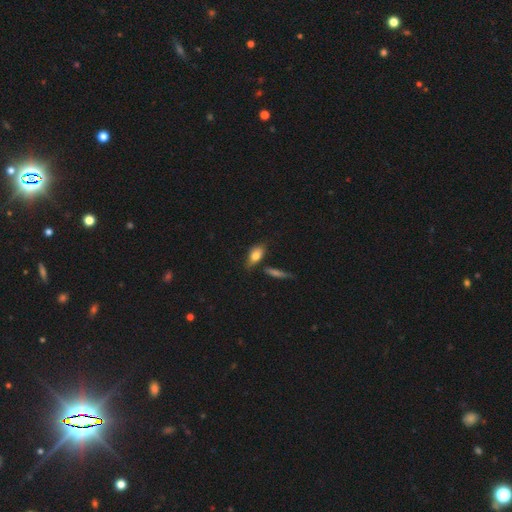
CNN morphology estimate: smooth 77%, featured or disk 15%, star or artifact 8%. Down the decision tree: how rounded — in between (83%); merging — none (63%).